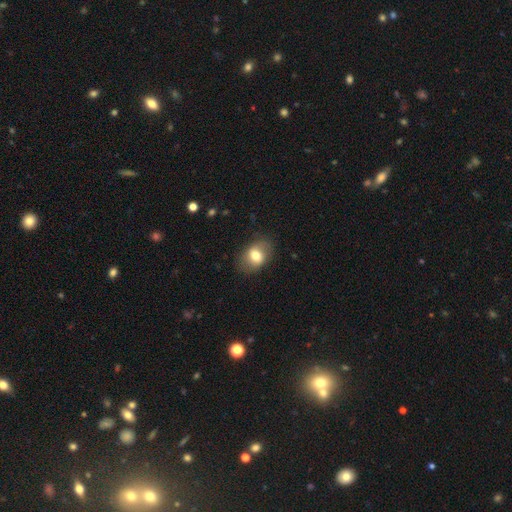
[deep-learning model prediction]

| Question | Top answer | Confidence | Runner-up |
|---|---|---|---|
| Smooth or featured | smooth | 69% | featured or disk (23%) |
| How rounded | in between | 74% | round (25%) |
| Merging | none | 80% | minor disturbance (14%) |